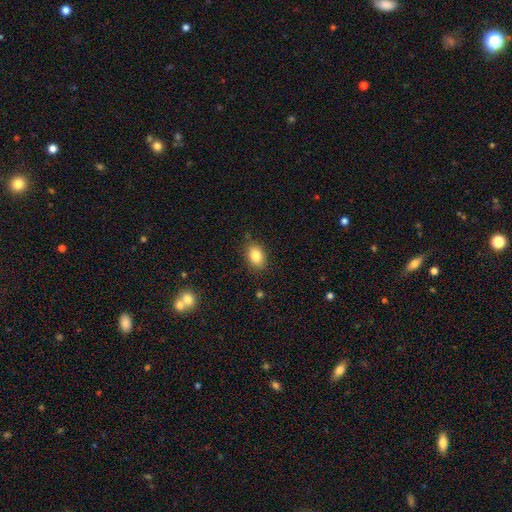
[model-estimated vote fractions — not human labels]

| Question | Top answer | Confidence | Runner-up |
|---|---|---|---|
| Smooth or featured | smooth | 84% | star or artifact (9%) |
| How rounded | in between | 79% | round (20%) |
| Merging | none | 82% | minor disturbance (13%) |